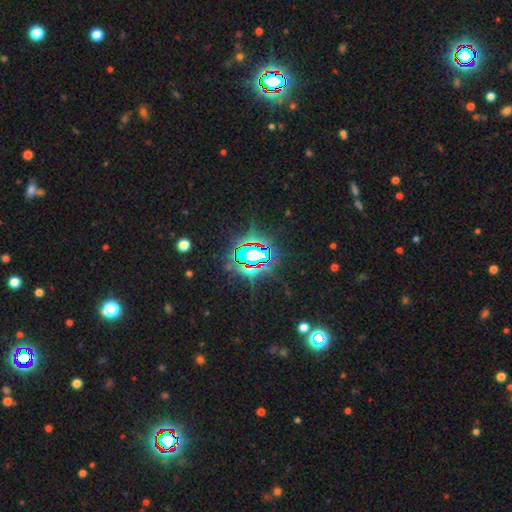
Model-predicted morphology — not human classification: star or artifact 77%, smooth 12%, featured or disk 11%.